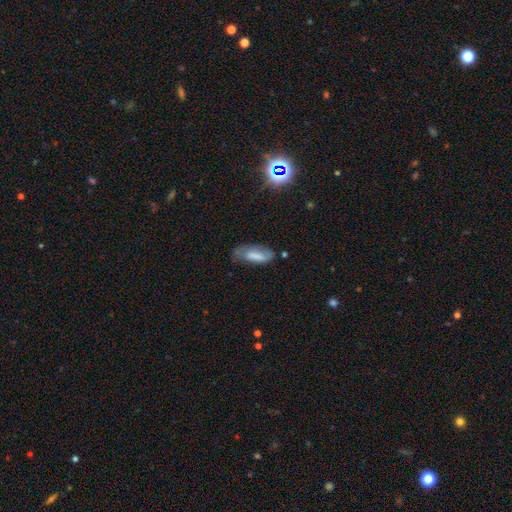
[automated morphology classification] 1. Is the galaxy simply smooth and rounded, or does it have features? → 68% smooth, 24% featured or disk, 8% star or artifact.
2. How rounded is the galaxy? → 74% in between, 25% cigar-shaped, 2% round.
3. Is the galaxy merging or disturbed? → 47% none, 35% minor disturbance, 15% major disturbance, 3% merger.